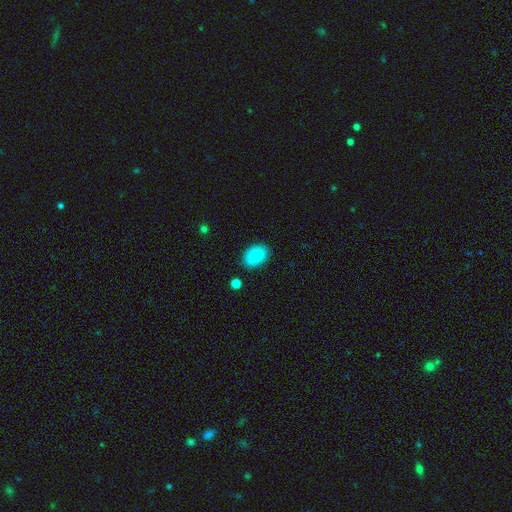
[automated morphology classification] Smooth or featured?
  - smooth: 84% *
  - featured or disk: 9%
  - star or artifact: 7%
How rounded?
  - in between: 84% *
  - round: 15%
  - cigar-shaped: 1%
Merging?
  - none: 83% *
  - minor disturbance: 12%
  - major disturbance: 3%
  - merger: 2%